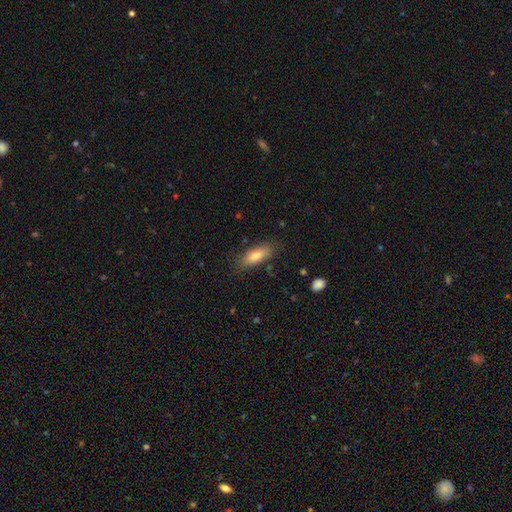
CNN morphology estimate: type=smooth (77%); roundness=in between (64%); merging=none (82%).